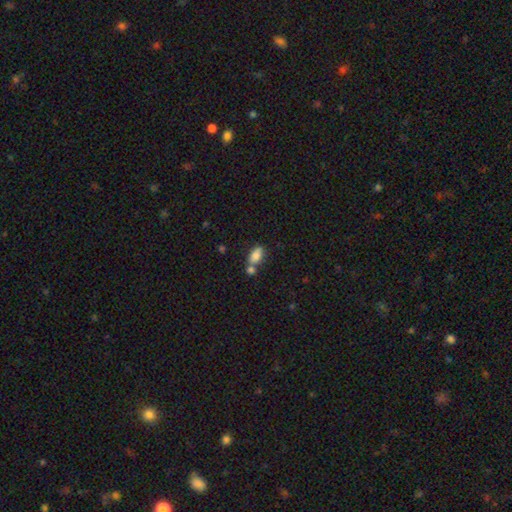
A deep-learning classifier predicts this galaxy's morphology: type=smooth (82%); roundness=in between (88%); merging=none (48%).